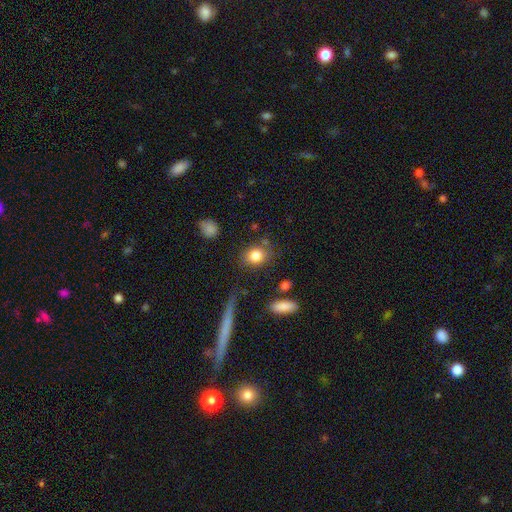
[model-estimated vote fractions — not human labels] This is clearly a smooth galaxy (83%). How rounded: likely round (62%). Merging: likely none (74%).